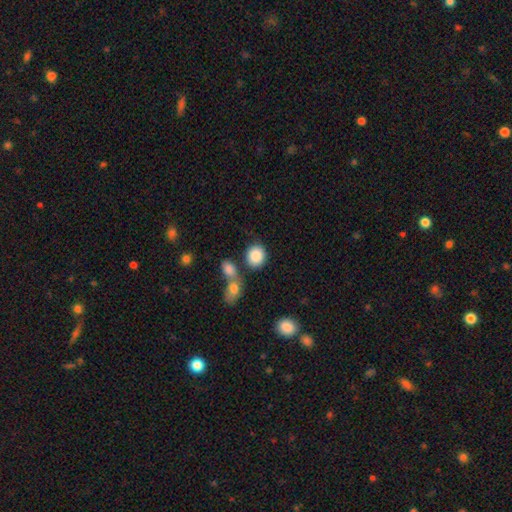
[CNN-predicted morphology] A smooth galaxy with no disk features (87%) that is round (71%). Merging: none (67%).